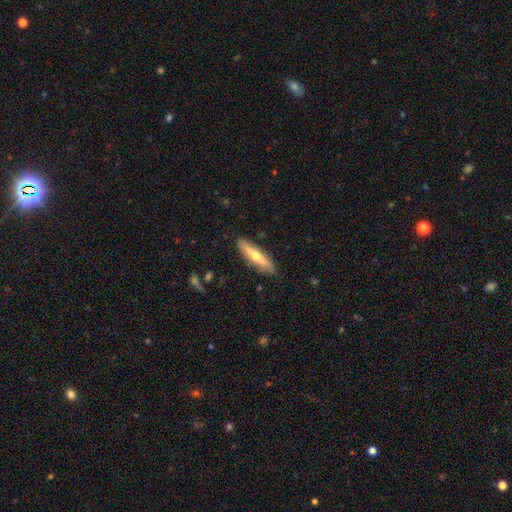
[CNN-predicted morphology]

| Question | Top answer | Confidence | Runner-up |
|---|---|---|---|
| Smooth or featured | featured or disk | 48% | smooth (46%) |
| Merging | none | 85% | minor disturbance (11%) |